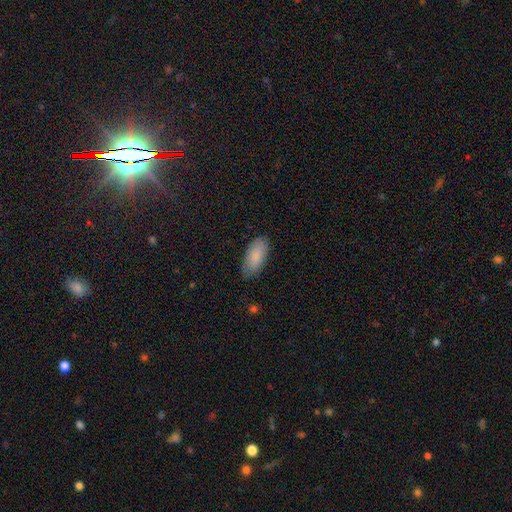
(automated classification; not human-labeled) Morphology: type=smooth (87%); roundness=in between (90%); merging=none (81%).